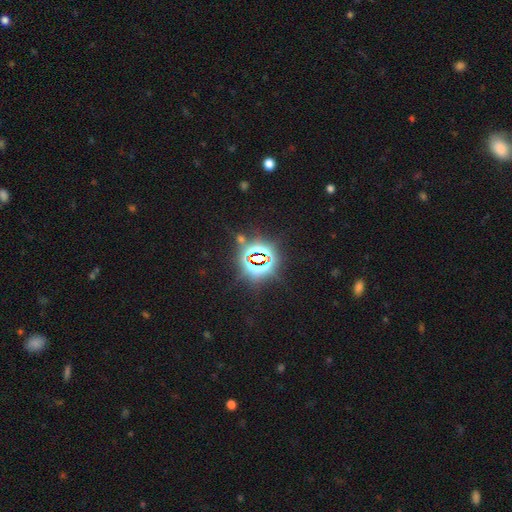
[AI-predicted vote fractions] Overall: star or artifact (82%).